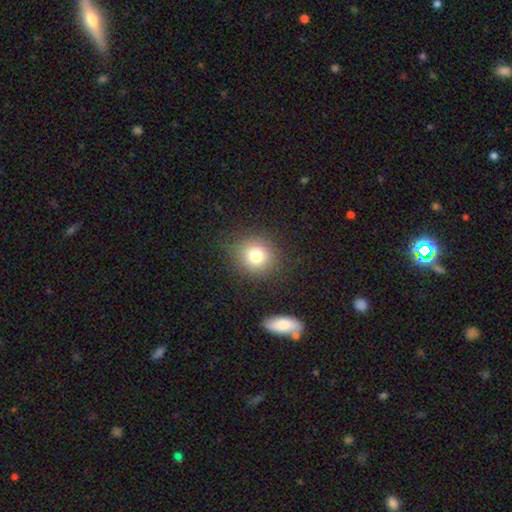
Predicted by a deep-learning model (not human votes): smooth 77%, star or artifact 12%, featured or disk 10%. Down the decision tree: how rounded — round (86%); merging — none (85%).